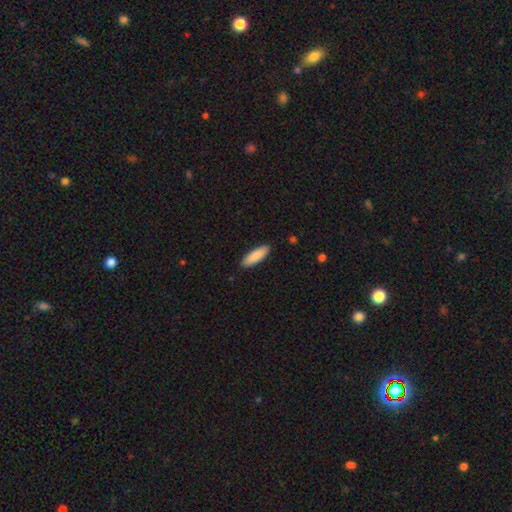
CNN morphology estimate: type=smooth (87%); roundness=in between (55%); merging=none (89%).